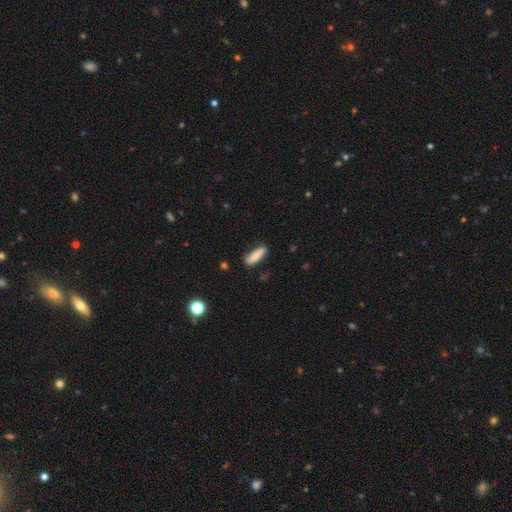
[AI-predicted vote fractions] smooth-or-featured: smooth: 70% | featured or disk: 24% | star or artifact: 6%
  how-rounded: cigar-shaped: 52% | in between: 45% | round: 3%
  merging: none: 80% | minor disturbance: 15% | major disturbance: 3% | merger: 2%